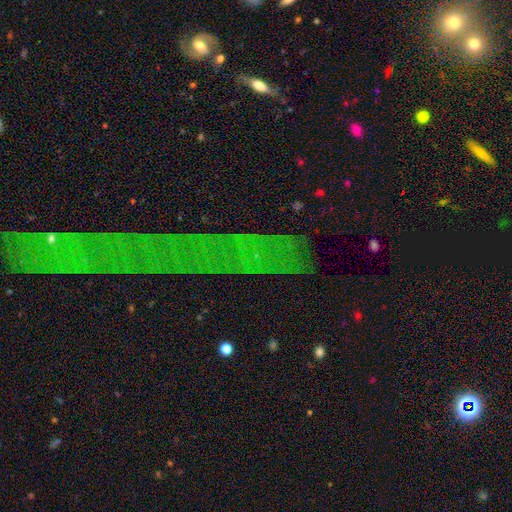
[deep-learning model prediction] Smooth or featured: star or artifact — 73% (featured or disk — 14%)